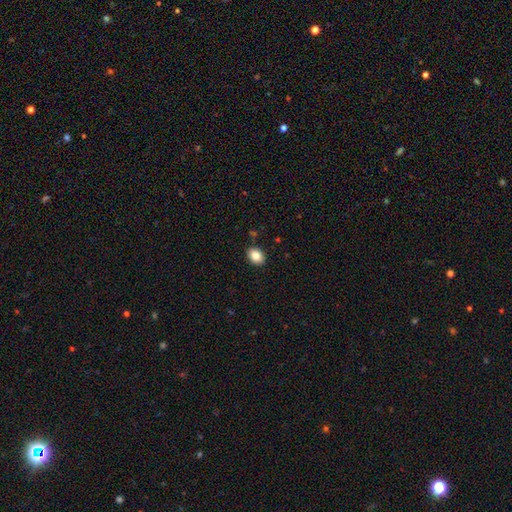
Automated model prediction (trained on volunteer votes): Smooth or featured? Predicted: smooth (p=0.85). How rounded? Predicted: in between (p=0.71). Merging? Predicted: none (p=0.89).